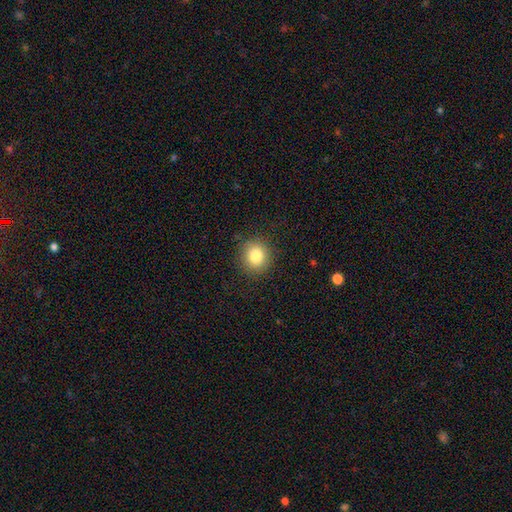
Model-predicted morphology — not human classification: Smooth or featured? smooth (82%)
How rounded? round (83%)
Merging? none (88%)